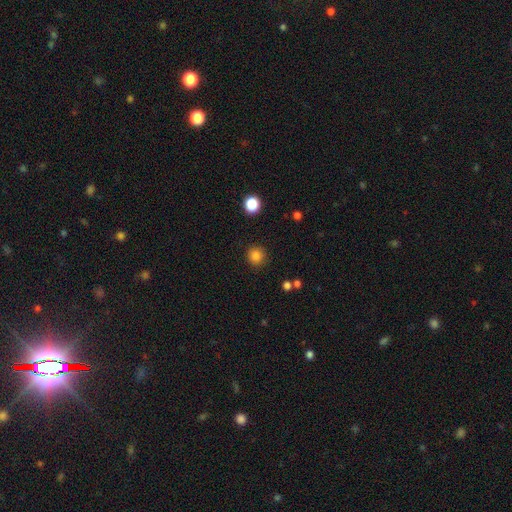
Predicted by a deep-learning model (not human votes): Smooth or featured?
  - smooth: 84% *
  - star or artifact: 12%
  - featured or disk: 4%
How rounded?
  - round: 92% *
  - in between: 7%
  - cigar-shaped: 1%
Merging?
  - none: 90% *
  - minor disturbance: 6%
  - major disturbance: 2%
  - merger: 2%